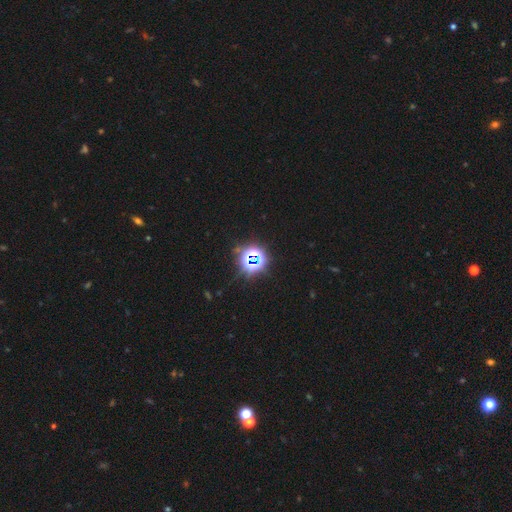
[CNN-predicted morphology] Overall: star or artifact (77%).